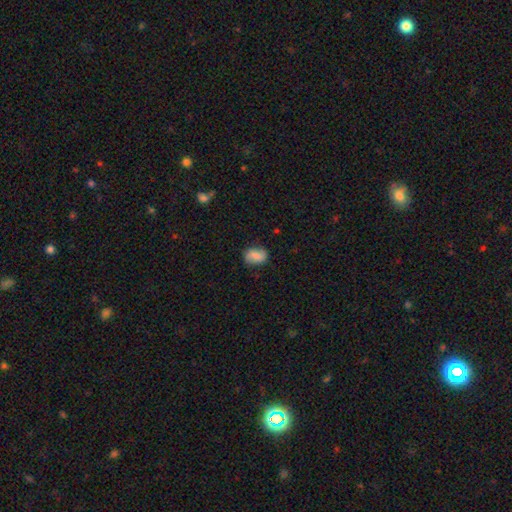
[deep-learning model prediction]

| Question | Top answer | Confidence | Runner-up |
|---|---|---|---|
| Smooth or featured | smooth | 72% | featured or disk (20%) |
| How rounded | in between | 72% | round (26%) |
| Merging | none | 76% | minor disturbance (19%) |